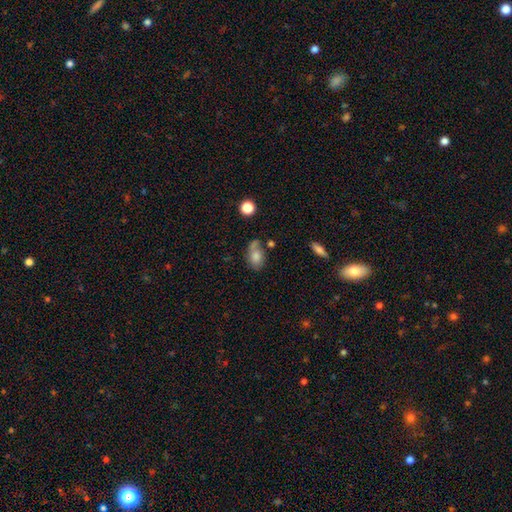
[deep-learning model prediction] Morphology: type=smooth (75%); roundness=in between (82%); merging=none (46%).